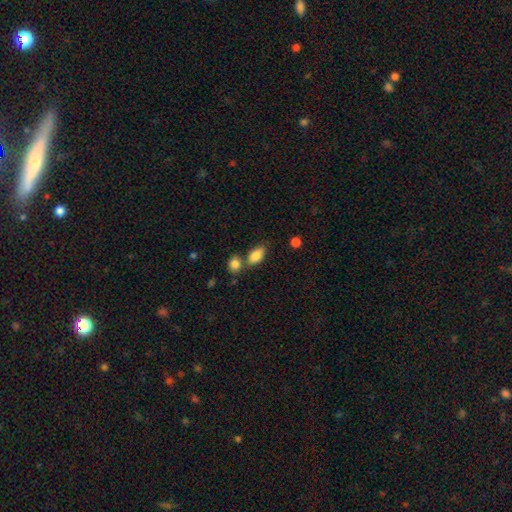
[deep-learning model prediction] This appears to be a smooth galaxy with no disk features (85%) that is in between round and cigar-shaped (89%). Merging: none (54%).